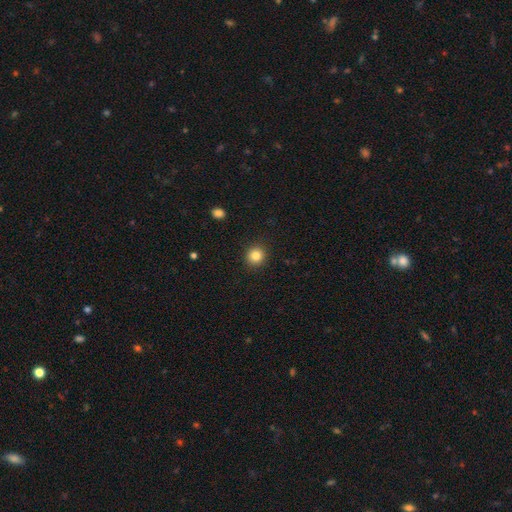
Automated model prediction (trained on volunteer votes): Smooth or featured: smooth — 84% (star or artifact — 11%)
How rounded: round — 90% (in between — 9%)
Merging: none — 91% (minor disturbance — 6%)